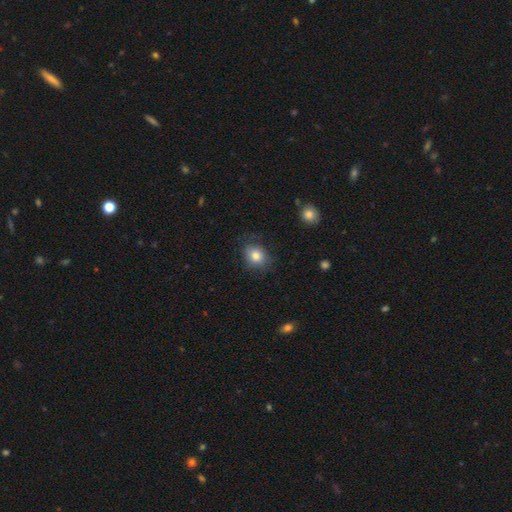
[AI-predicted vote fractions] smooth 80%, featured or disk 10%, star or artifact 10%. Down the decision tree: how rounded — round (62%); merging — none (73%).